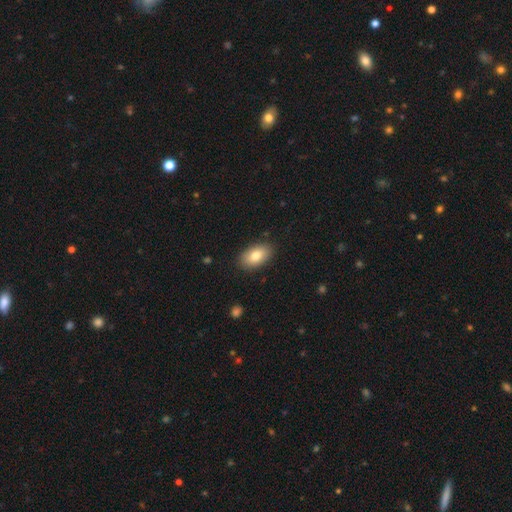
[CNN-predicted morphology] Q: Smooth or featured?
A: smooth (79%); runner-up: featured or disk (14%)
Q: How rounded?
A: in between (92%); runner-up: round (6%)
Q: Merging?
A: none (87%); runner-up: minor disturbance (9%)